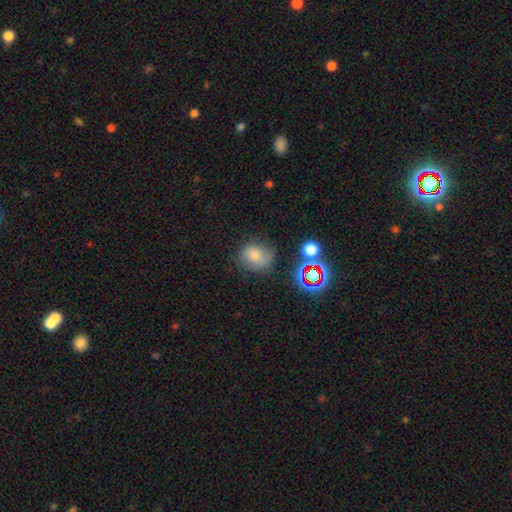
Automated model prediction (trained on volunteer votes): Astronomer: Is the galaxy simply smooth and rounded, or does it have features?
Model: smooth — 63%.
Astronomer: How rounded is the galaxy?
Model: round — 65%.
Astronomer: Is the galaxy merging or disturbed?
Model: none — 64%.